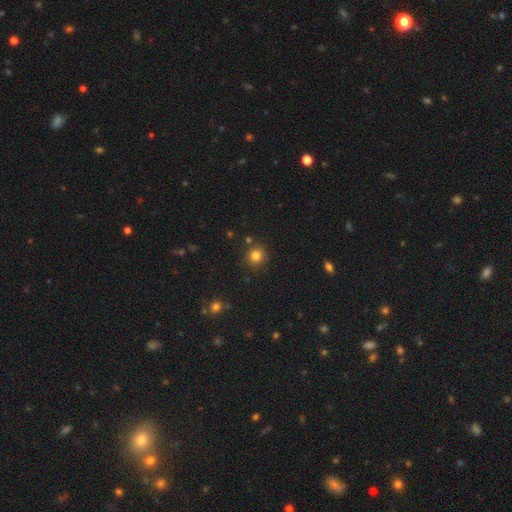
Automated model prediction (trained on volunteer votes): Smooth or featured? Predicted: smooth (p=0.81). How rounded? Predicted: round (p=0.92). Merging? Predicted: none (p=0.87).